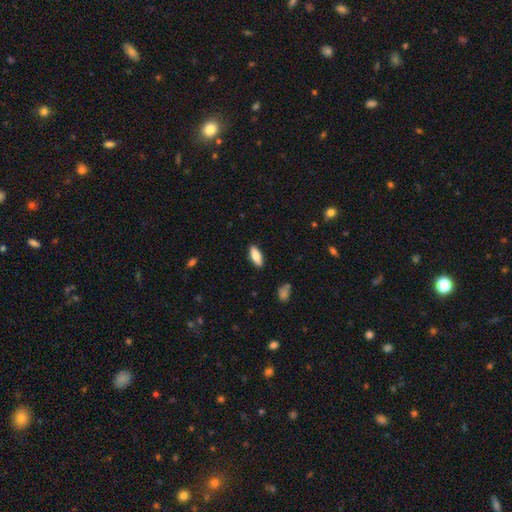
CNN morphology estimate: Smooth or featured?
  - smooth: 72% *
  - featured or disk: 21%
  - star or artifact: 6%
How rounded?
  - in between: 72% *
  - cigar-shaped: 26%
  - round: 2%
Merging?
  - none: 88% *
  - minor disturbance: 9%
  - major disturbance: 2%
  - merger: 1%